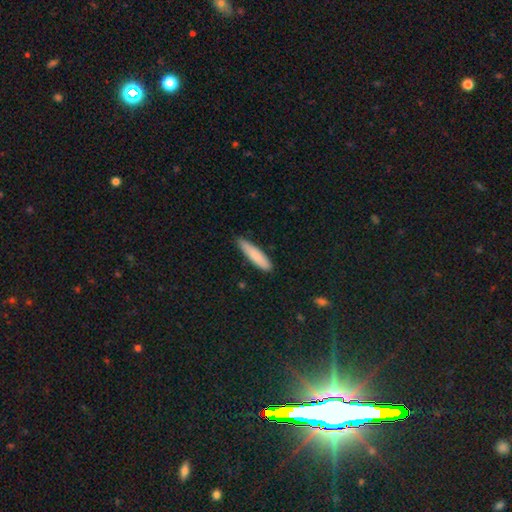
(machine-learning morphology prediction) smooth 83%, featured or disk 12%, star or artifact 6%. Down the decision tree: how rounded — cigar-shaped (83%); merging — none (82%).